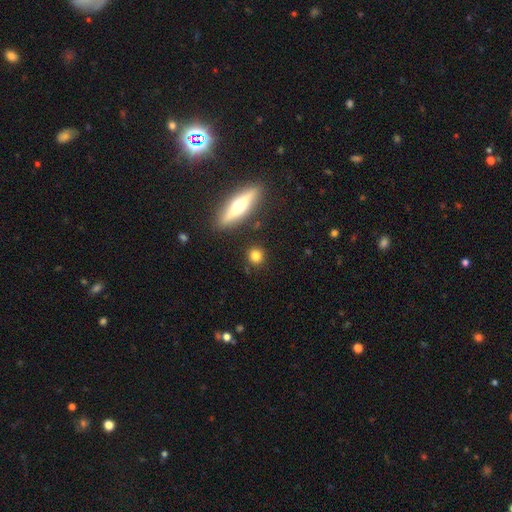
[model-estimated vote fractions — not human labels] Q: Smooth or featured?
A: smooth (78%); runner-up: featured or disk (13%)
Q: How rounded?
A: round (83%); runner-up: in between (12%)
Q: Merging?
A: none (88%); runner-up: minor disturbance (7%)